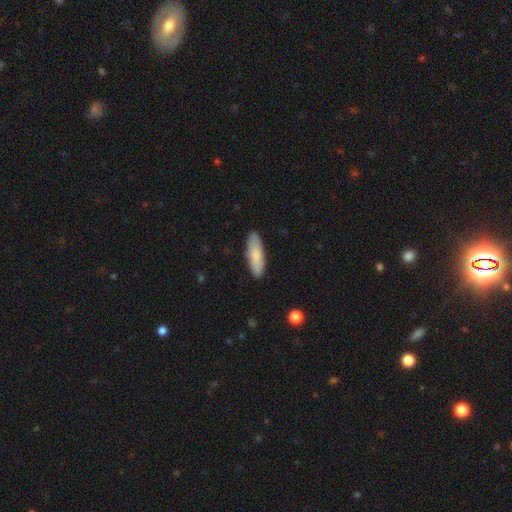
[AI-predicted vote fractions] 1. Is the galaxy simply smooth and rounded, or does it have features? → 82% smooth, 12% featured or disk, 5% star or artifact.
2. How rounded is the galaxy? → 51% in between, 47% cigar-shaped, 2% round.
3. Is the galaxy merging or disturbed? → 88% none, 9% minor disturbance, 2% major disturbance, 1% merger.